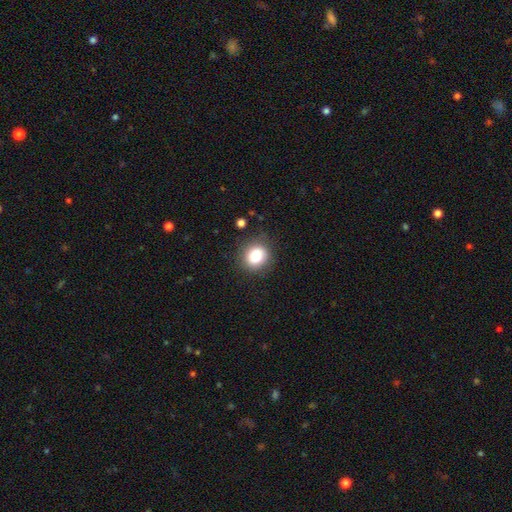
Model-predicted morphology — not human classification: type=smooth (84%); roundness=round (73%); merging=none (83%).